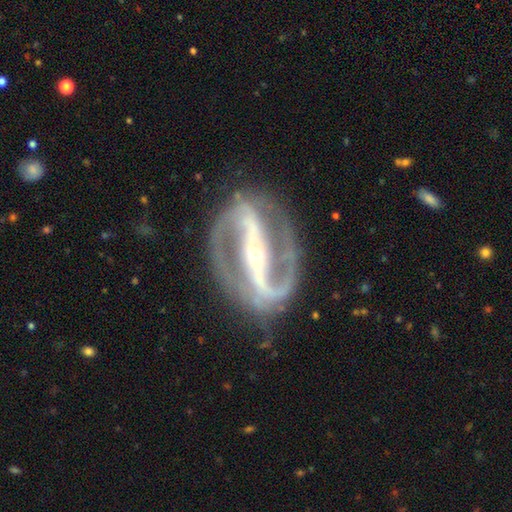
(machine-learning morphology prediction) Smooth or featured: featured or disk — 93% (star or artifact — 4%)
Edge-on disk: no — 96% (yes — 4%)
Bar: strong — 79% (weak — 12%)
Spiral arms: yes — 97% (no — 3%)
Spiral winding: medium — 52% (tight — 32%)
Spiral arm count: 2 — 93% (can't tell — 2%)
Bulge size: small — 69% (moderate — 27%)
Merging: none — 82% (minor disturbance — 11%)